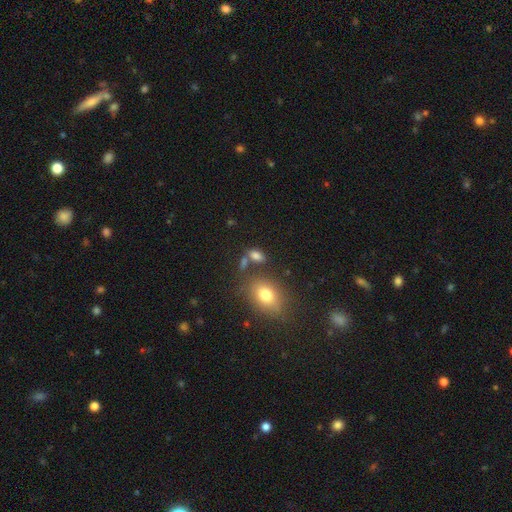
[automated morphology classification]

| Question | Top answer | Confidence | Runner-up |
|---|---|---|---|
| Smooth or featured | smooth | 78% | star or artifact (13%) |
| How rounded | in between | 84% | round (11%) |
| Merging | none | 60% | merger (20%) |